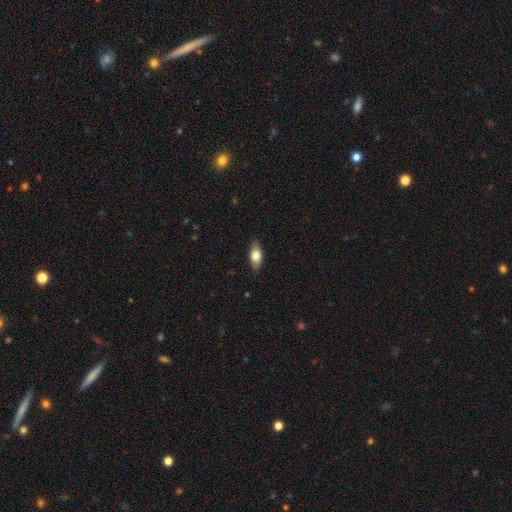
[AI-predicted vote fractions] Smooth or featured?
  - smooth: 77% *
  - featured or disk: 17%
  - star or artifact: 6%
How rounded?
  - in between: 87% *
  - cigar-shaped: 10%
  - round: 3%
Merging?
  - none: 85% *
  - minor disturbance: 11%
  - major disturbance: 2%
  - merger: 1%